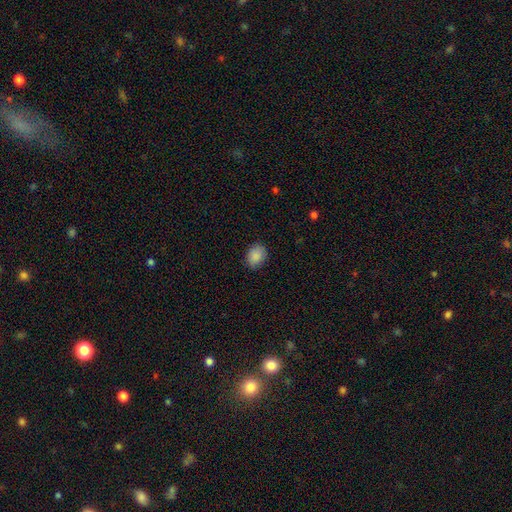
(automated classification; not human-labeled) Q: Smooth or featured?
A: smooth (88%); runner-up: star or artifact (8%)
Q: How rounded?
A: in between (56%); runner-up: round (43%)
Q: Merging?
A: none (83%); runner-up: minor disturbance (13%)